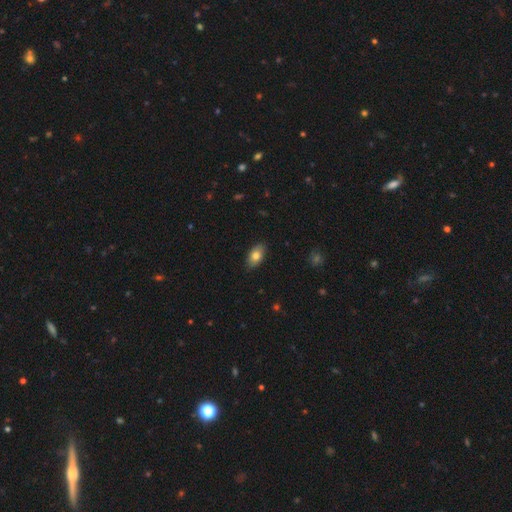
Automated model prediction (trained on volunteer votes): Smooth or featured? smooth (79%)
How rounded? in between (92%)
Merging? none (87%)